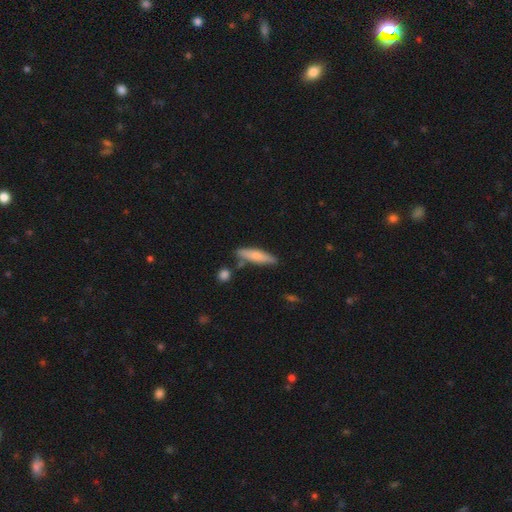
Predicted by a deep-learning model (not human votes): A smooth galaxy with no disk features (71%) that is cigar-shaped (76%).

Vote fractions:
- Smooth or featured? smooth: 71% / featured or disk: 24% / star or artifact: 6%
- How rounded? cigar-shaped: 76% / in between: 22% / round: 2%
- Merging? none: 76% / minor disturbance: 14% / merger: 7% / major disturbance: 3%